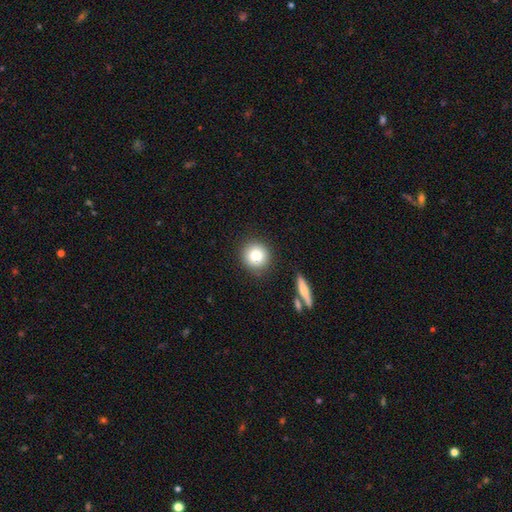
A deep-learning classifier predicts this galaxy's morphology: Smooth or featured?
  - smooth: 80% *
  - star or artifact: 10%
  - featured or disk: 10%
How rounded?
  - round: 92% *
  - in between: 7%
  - cigar-shaped: 1%
Merging?
  - none: 87% *
  - minor disturbance: 8%
  - merger: 3%
  - major disturbance: 3%